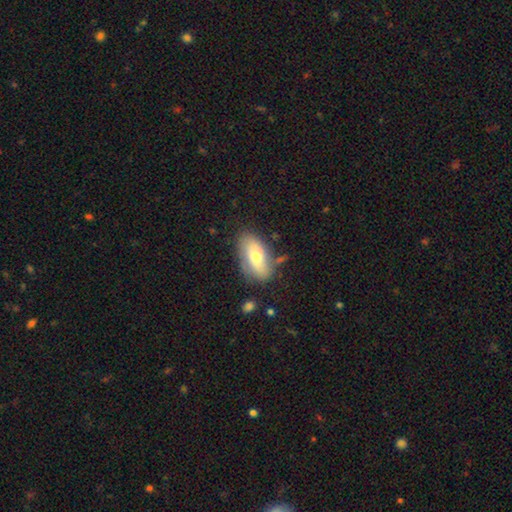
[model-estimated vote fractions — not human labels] This appears to be a smooth galaxy with no disk features (61%) that is in between round and cigar-shaped (90%). Merging: none (70%).